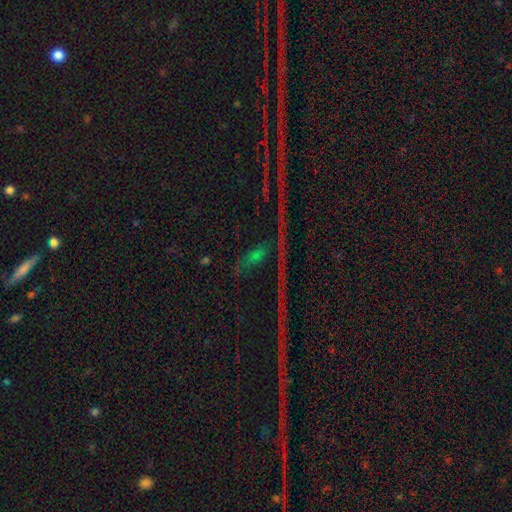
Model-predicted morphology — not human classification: Overall: star or artifact (65%).